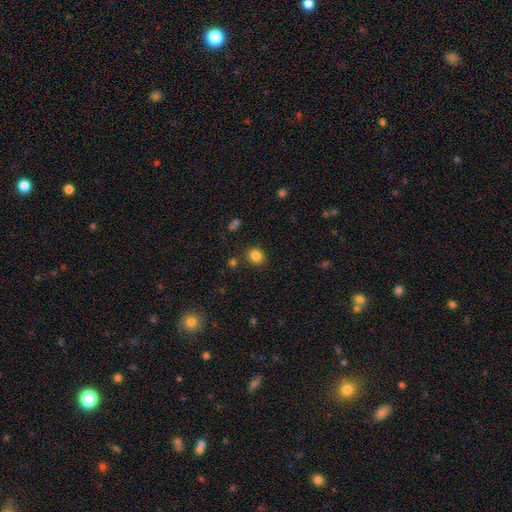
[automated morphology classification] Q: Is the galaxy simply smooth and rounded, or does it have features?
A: smooth — 83%.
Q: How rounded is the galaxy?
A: round — 74%.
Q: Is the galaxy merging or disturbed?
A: none — 85%.